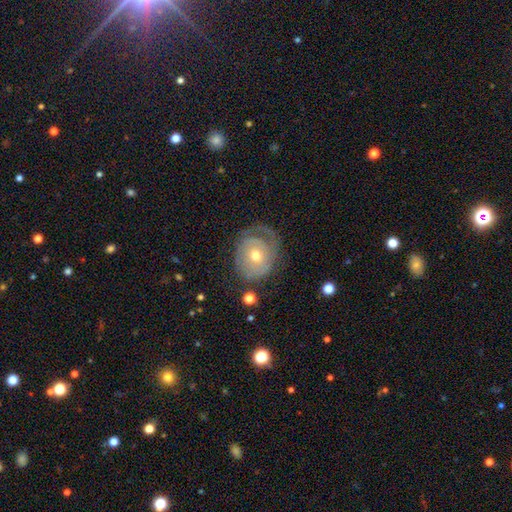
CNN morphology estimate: The model was most divided on "bulge size": moderate: 55%, small: 41%, large: 2%, none: 1%, dominant: 1%. More confident: edge-on disk — no (96%); bar — no (81%); spiral arms — yes (74%); smooth or featured — featured or disk (68%); merging — none (58%).